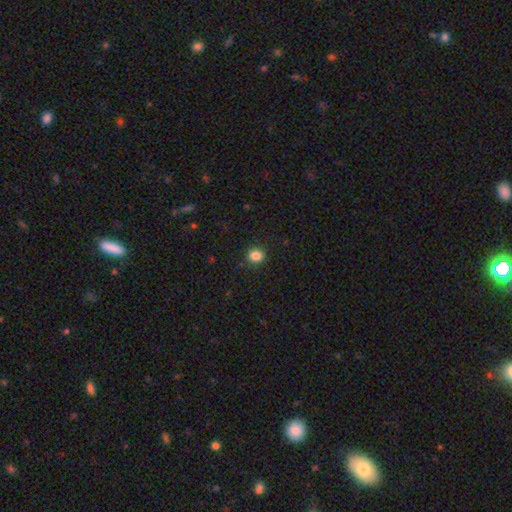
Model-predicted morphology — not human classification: Overall: smooth (85%). How rounded: round (81%). Merging: none (90%).